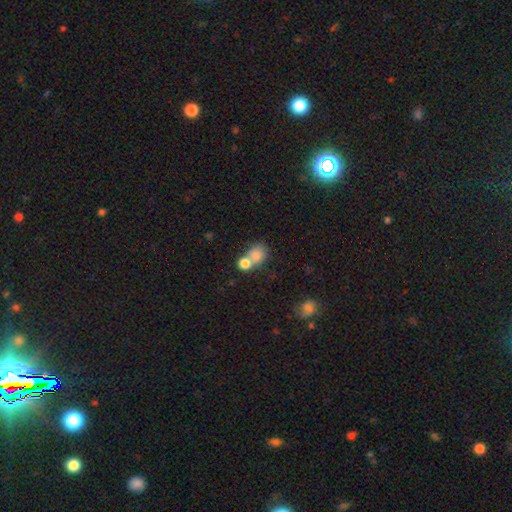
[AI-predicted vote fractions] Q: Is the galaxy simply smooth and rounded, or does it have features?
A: smooth — 78%.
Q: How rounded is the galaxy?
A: round — 54%.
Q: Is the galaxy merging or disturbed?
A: merger — 53%.